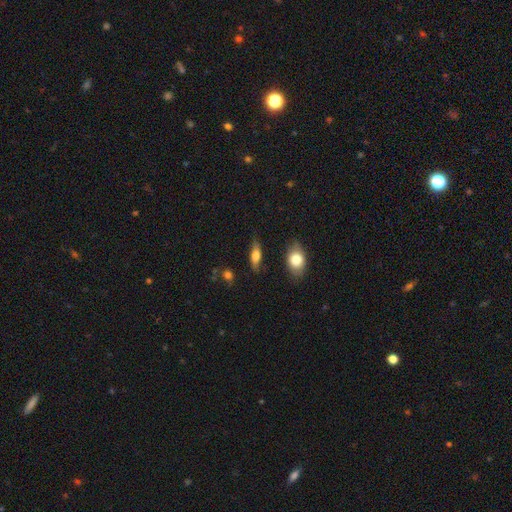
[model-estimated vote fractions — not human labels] Smooth or featured: smooth — 61% (featured or disk — 31%)
How rounded: in between — 61% (cigar-shaped — 33%)
Merging: none — 78% (minor disturbance — 16%)